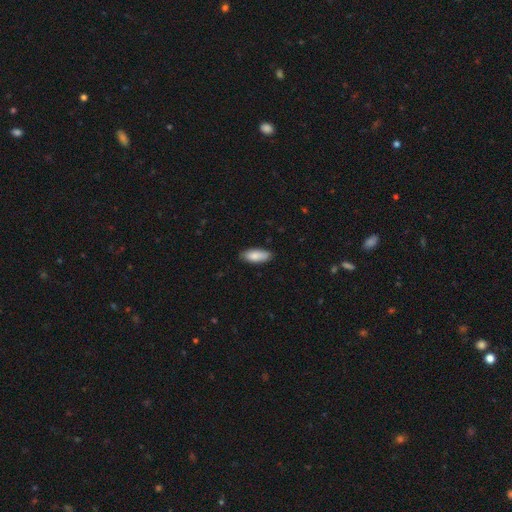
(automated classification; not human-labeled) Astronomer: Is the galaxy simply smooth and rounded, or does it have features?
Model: smooth — 86%.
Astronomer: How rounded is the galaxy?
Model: in between — 77%.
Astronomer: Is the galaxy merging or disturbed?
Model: none — 85%.